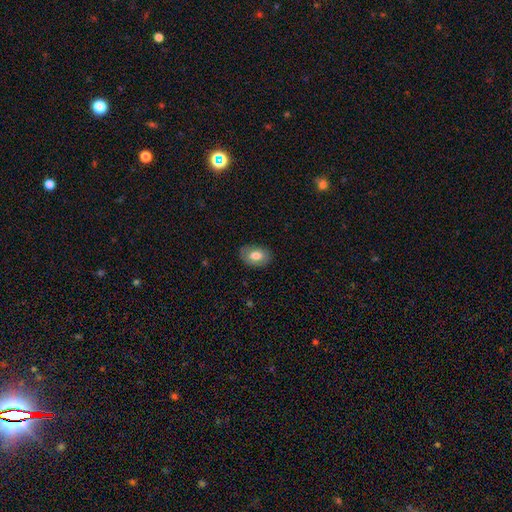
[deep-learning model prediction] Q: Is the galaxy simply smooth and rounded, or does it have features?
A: smooth — 75%.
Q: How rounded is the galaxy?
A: in between — 84%.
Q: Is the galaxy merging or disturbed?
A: none — 85%.